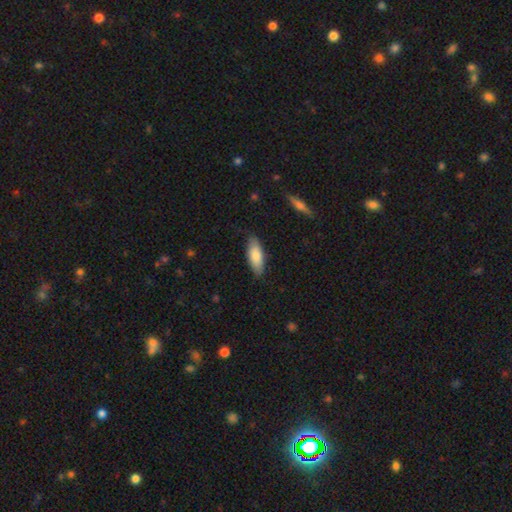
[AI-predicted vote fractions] Smooth or featured? Predicted: smooth (p=0.81). How rounded? Predicted: in between (p=0.74). Merging? Predicted: none (p=0.82).